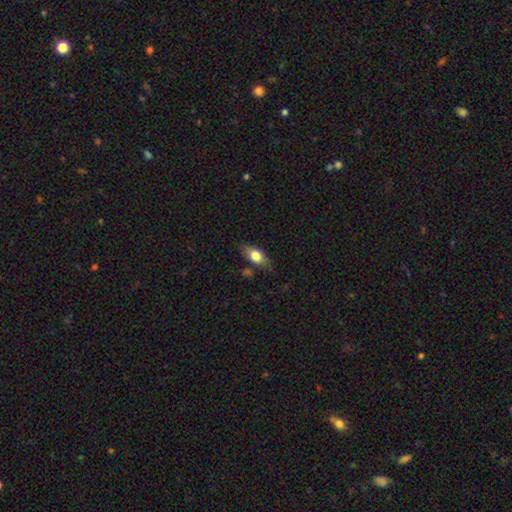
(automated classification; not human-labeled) The model was most divided on "smooth or featured": smooth: 72%, featured or disk: 22%, star or artifact: 7%. More confident: how rounded — in between (82%); merging — none (74%).